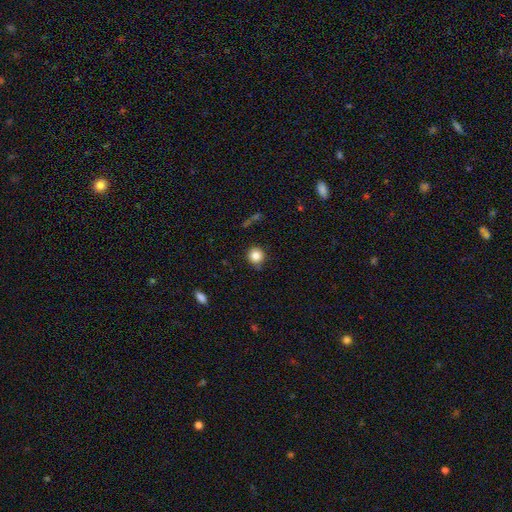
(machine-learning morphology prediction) Q: Smooth or featured?
A: smooth (84%); runner-up: star or artifact (11%)
Q: How rounded?
A: round (93%); runner-up: in between (6%)
Q: Merging?
A: none (84%); runner-up: minor disturbance (11%)